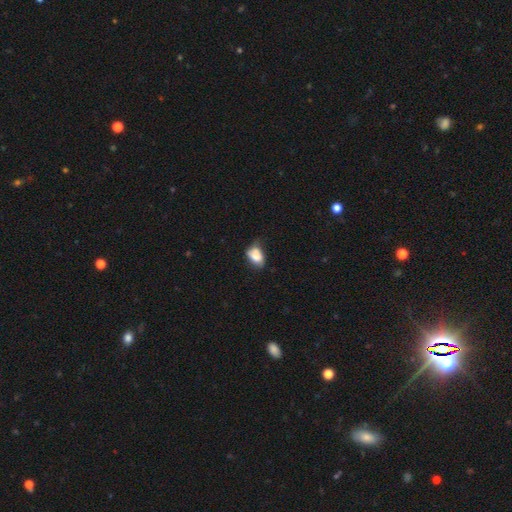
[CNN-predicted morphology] type=smooth (81%); roundness=in between (83%); merging=none (41%, tied with minor disturbance).